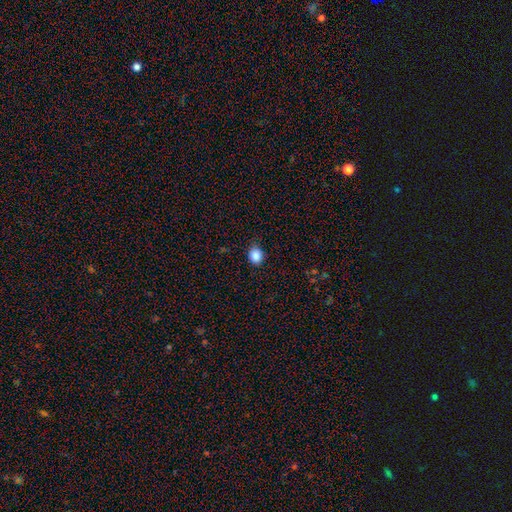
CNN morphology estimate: smooth 86%, star or artifact 10%, featured or disk 4%. Down the decision tree: how rounded — round (63%); merging — none (81%).